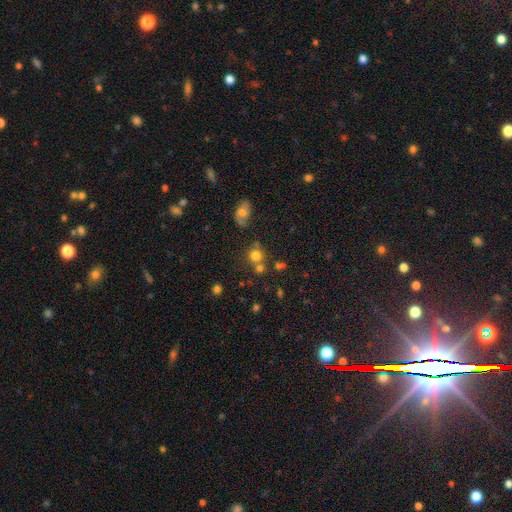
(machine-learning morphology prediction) A smooth galaxy with no disk features (75%) that is round (87%).

Vote fractions:
- Smooth or featured? smooth: 75% / star or artifact: 16% / featured or disk: 10%
- How rounded? round: 87% / in between: 12% / cigar-shaped: 1%
- Merging? none: 62% / merger: 22% / minor disturbance: 11% / major disturbance: 5%